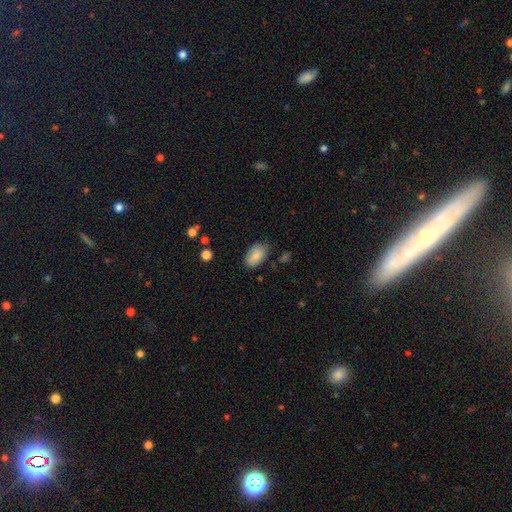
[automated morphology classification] This is clearly a smooth galaxy (85%). How rounded: clearly in between (93%). Merging: likely none (76%).